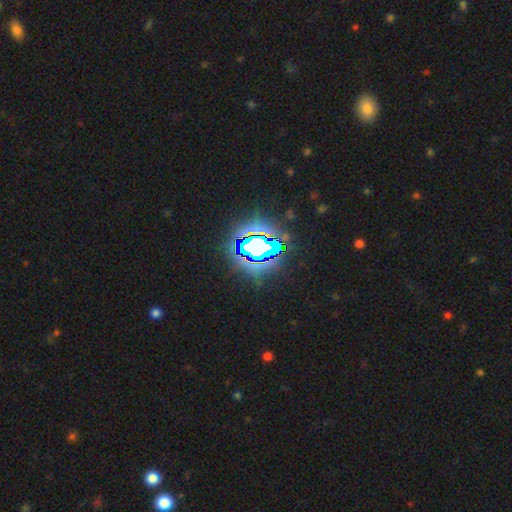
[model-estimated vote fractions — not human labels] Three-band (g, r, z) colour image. It shows a star or artifact, not a galaxy (73%).